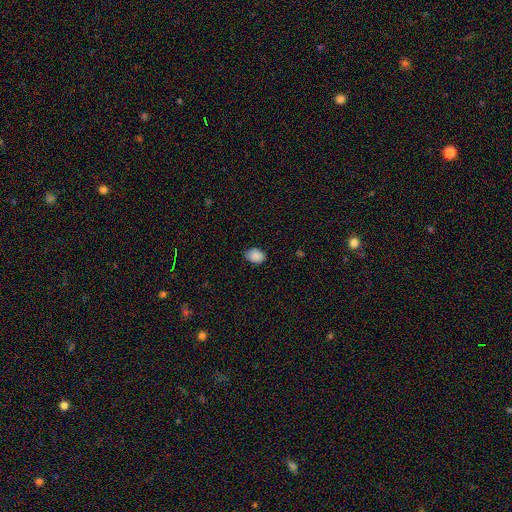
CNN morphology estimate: Q: Smooth or featured?
A: smooth (88%); runner-up: star or artifact (8%)
Q: How rounded?
A: in between (68%); runner-up: round (31%)
Q: Merging?
A: none (76%); runner-up: minor disturbance (20%)